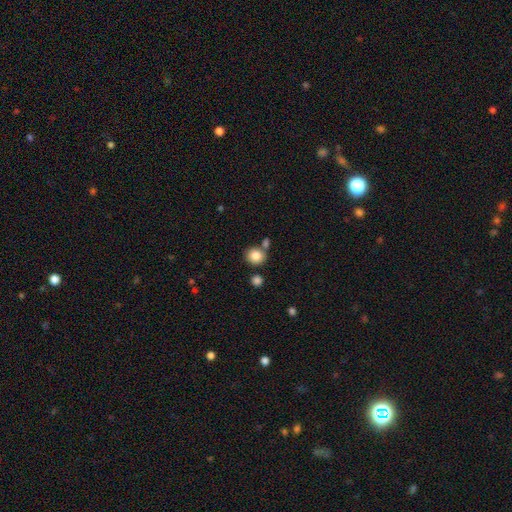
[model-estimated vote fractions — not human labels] A smooth galaxy with no disk features (84%) that is round (83%).

Vote fractions:
- Smooth or featured? smooth: 84% / star or artifact: 9% / featured or disk: 6%
- How rounded? round: 83% / in between: 16% / cigar-shaped: 1%
- Merging? none: 72% / merger: 15% / minor disturbance: 10% / major disturbance: 3%